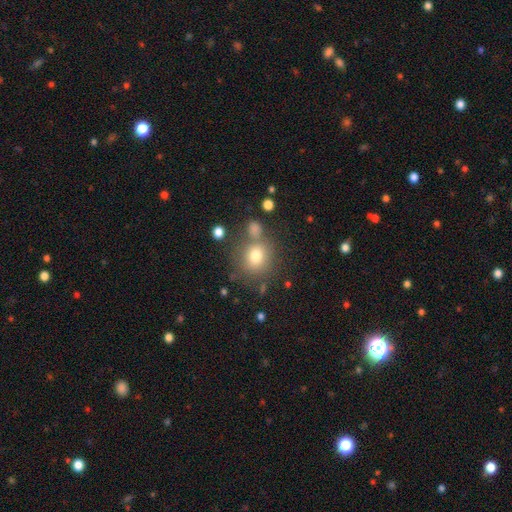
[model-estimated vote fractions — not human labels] Q: Smooth or featured?
A: smooth (74%); runner-up: star or artifact (13%)
Q: How rounded?
A: round (83%); runner-up: in between (16%)
Q: Merging?
A: none (69%); runner-up: merger (13%)